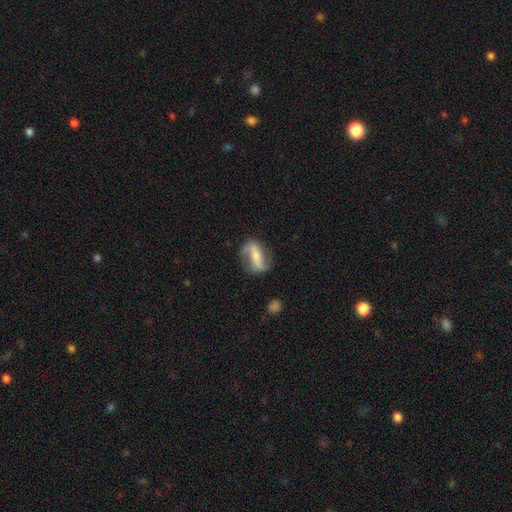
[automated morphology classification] Q: Smooth or featured?
A: featured or disk (76%); runner-up: smooth (18%)
Q: Edge-on disk?
A: no (93%); runner-up: yes (7%)
Q: Bar?
A: strong (54%); runner-up: weak (25%)
Q: Spiral arms?
A: yes (90%); runner-up: no (10%)
Q: Spiral winding?
A: loose (63%); runner-up: medium (27%)
Q: Spiral arm count?
A: 2 (90%); runner-up: can't tell (4%)
Q: Bulge size?
A: small (47%); runner-up: moderate (35%)
Q: Merging?
A: none (75%); runner-up: minor disturbance (16%)